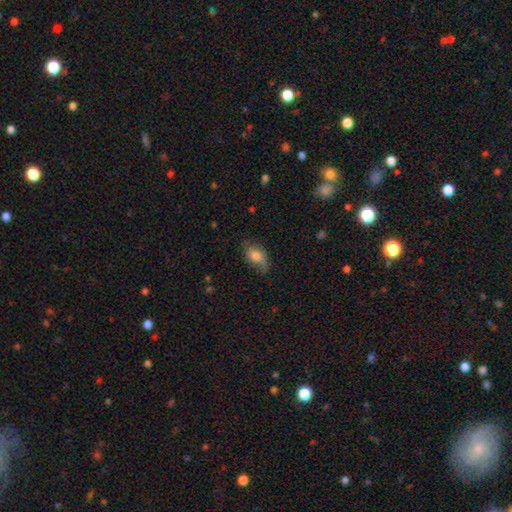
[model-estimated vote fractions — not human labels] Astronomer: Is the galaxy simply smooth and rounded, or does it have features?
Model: smooth — 68%.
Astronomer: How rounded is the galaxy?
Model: in between — 89%.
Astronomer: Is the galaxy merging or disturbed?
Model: none — 56%.